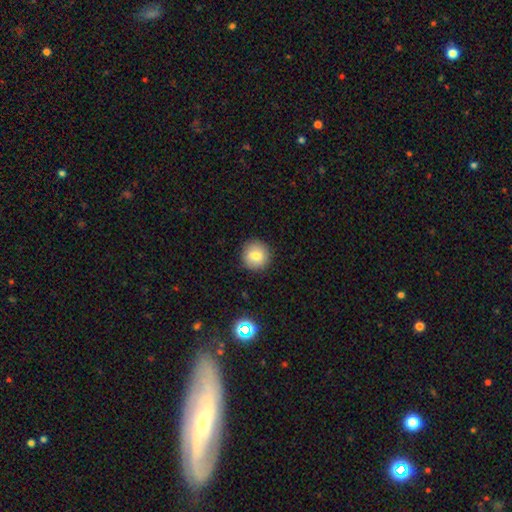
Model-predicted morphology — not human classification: Smooth or featured? smooth (79%)
How rounded? round (93%)
Merging? none (90%)